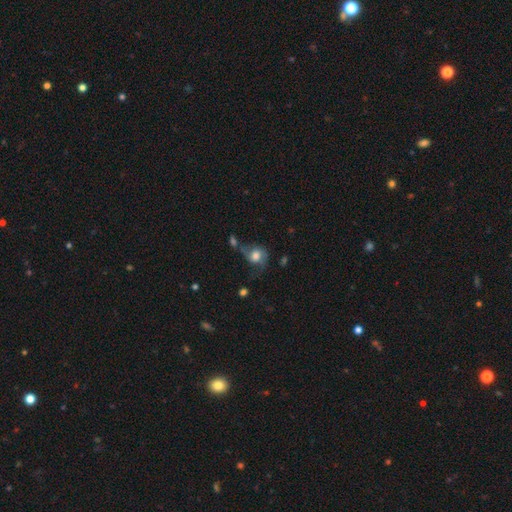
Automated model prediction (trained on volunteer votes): Smooth or featured? Predicted: smooth (p=0.49). Merging? Predicted: none (p=0.36).